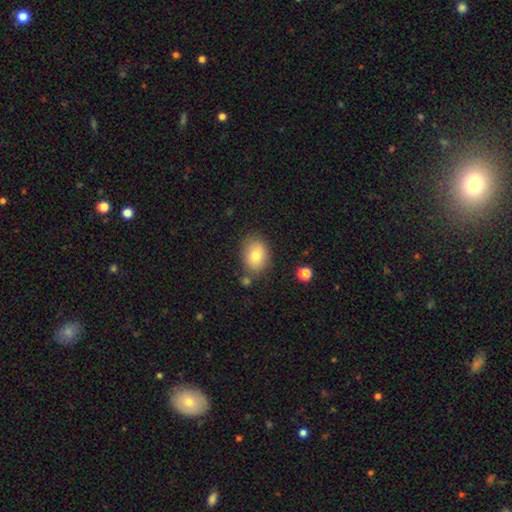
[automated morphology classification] smooth-or-featured: smooth: 79% | featured or disk: 12% | star or artifact: 9%
  how-rounded: in between: 66% | round: 33% | cigar-shaped: 1%
  merging: none: 75% | minor disturbance: 16% | merger: 6% | major disturbance: 4%